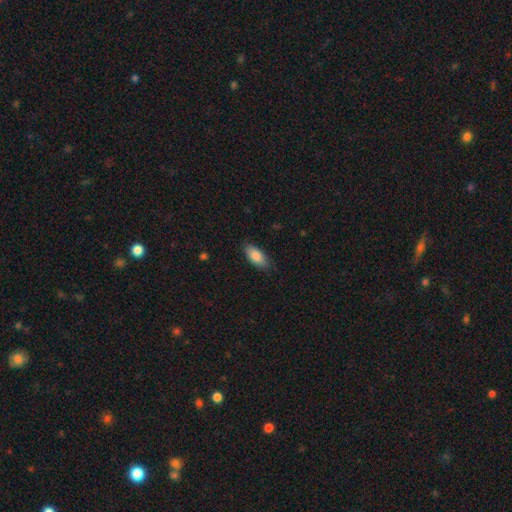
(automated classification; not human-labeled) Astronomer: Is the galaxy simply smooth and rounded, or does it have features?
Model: smooth — 85%.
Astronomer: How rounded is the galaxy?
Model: in between — 87%.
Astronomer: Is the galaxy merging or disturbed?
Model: none — 82%.